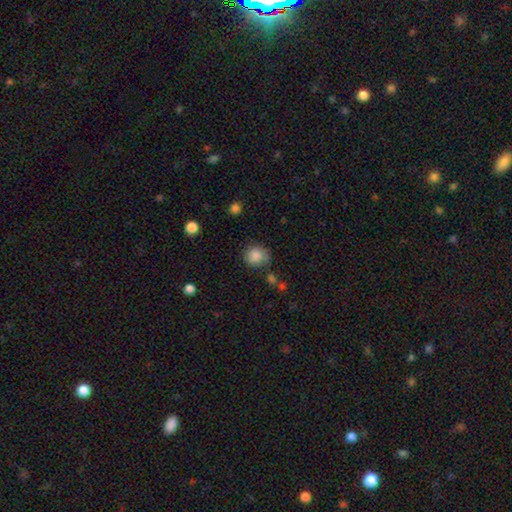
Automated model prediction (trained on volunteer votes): This appears to be a smooth galaxy with no disk features (85%) that is round (86%). Merging: none (67%).